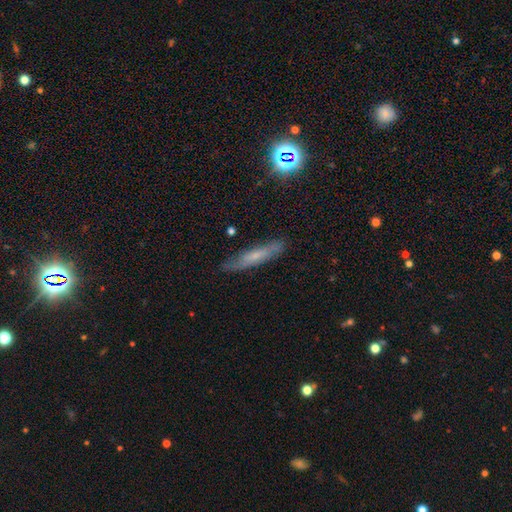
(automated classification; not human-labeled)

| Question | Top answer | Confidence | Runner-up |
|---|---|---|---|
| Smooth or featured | smooth | 47% | featured or disk (43%) |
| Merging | none | 80% | minor disturbance (15%) |